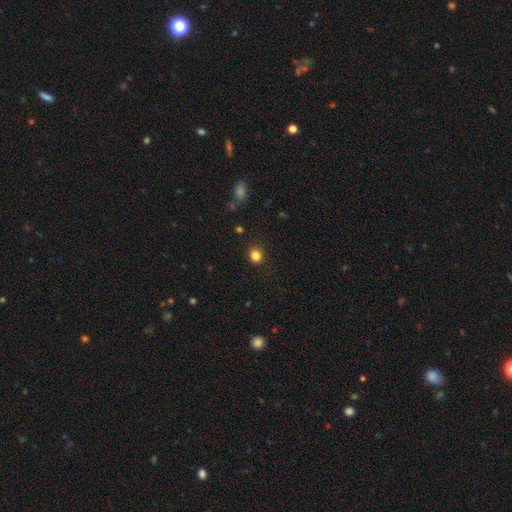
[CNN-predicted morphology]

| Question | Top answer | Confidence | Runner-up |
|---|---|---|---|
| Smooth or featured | smooth | 84% | star or artifact (12%) |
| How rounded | round | 85% | in between (14%) |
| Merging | none | 89% | minor disturbance (8%) |